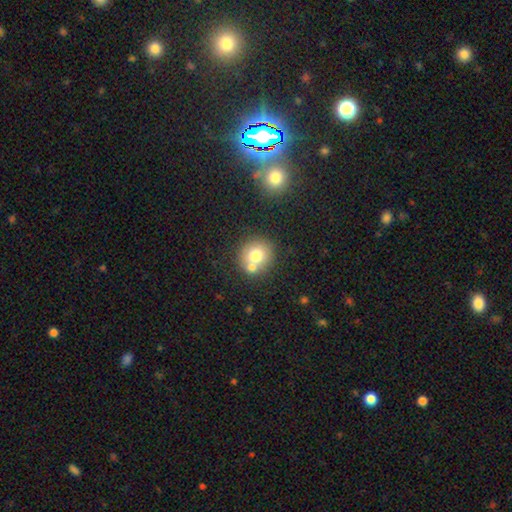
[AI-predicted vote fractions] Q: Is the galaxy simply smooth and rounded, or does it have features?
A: smooth — 72%.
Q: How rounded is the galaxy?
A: round — 86%.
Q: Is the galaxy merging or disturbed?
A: none — 58%.